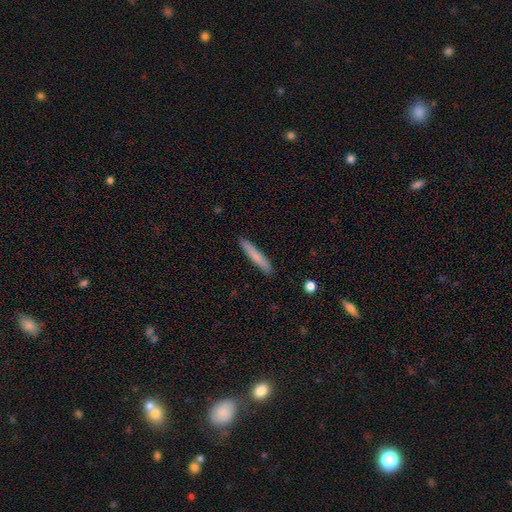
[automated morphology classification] A smooth galaxy with no disk features (76%) that is cigar-shaped (94%).

Vote fractions:
- Smooth or featured? smooth: 76% / featured or disk: 18% / star or artifact: 6%
- How rounded? cigar-shaped: 94% / in between: 4% / round: 1%
- Merging? none: 90% / minor disturbance: 7% / major disturbance: 1% / merger: 1%